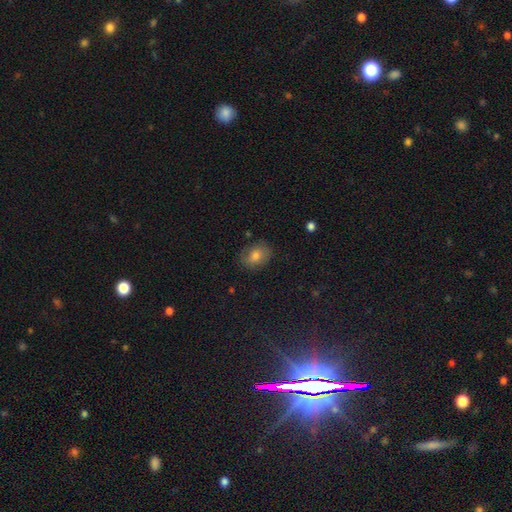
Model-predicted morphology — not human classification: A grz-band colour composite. It shows a smooth galaxy with no disk features (71%) that is in between round and cigar-shaped (63%). Merging: none (79%).